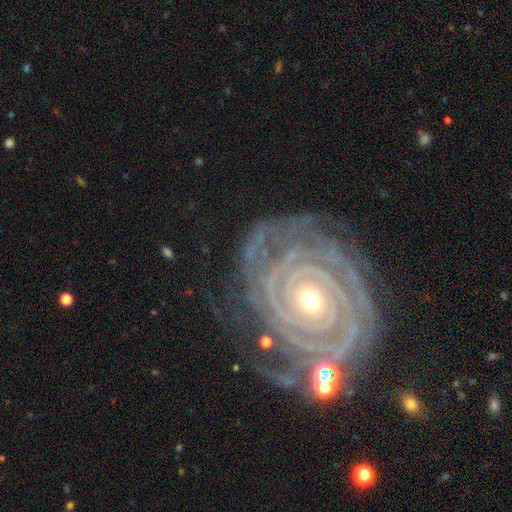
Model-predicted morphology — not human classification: This is clearly a featured or disk galaxy (92%). It is clearly not viewed edge-on (97%). Bar: likely no (72%). Spiral arm pattern: clearly yes (98%). Spiral arm count: marginally 2 (29%). Spiral winding: clearly tight (91%). Central bulge: possibly moderate (49%). Merging: likely none (72%).